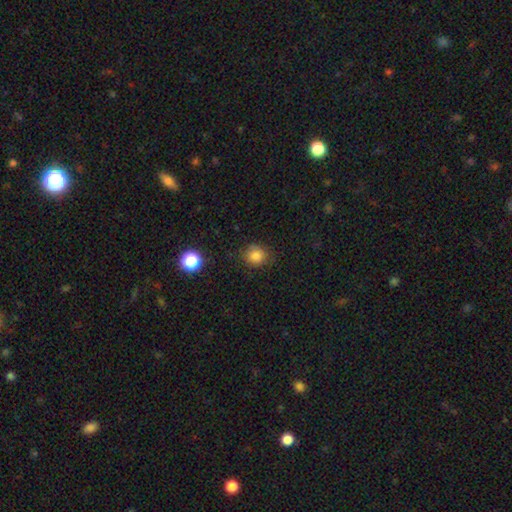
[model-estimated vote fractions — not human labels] A smooth galaxy with no disk features (82%) that is round (82%).

Vote fractions:
- Smooth or featured? smooth: 82% / star or artifact: 13% / featured or disk: 5%
- How rounded? round: 82% / in between: 17% / cigar-shaped: 1%
- Merging? none: 80% / minor disturbance: 15% / major disturbance: 4% / merger: 2%